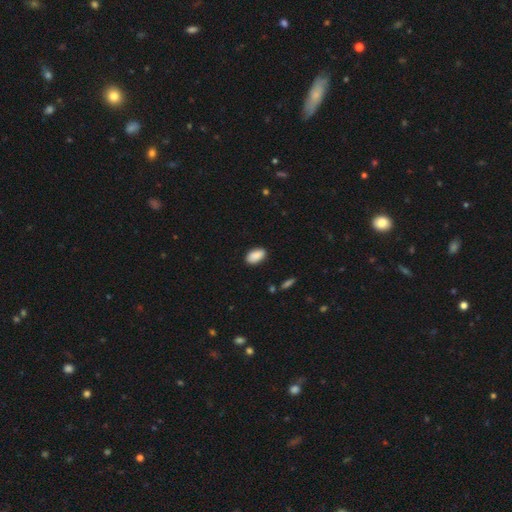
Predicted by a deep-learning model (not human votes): A smooth galaxy with no disk features (90%) that is in between round and cigar-shaped (94%). Merging: none (88%).